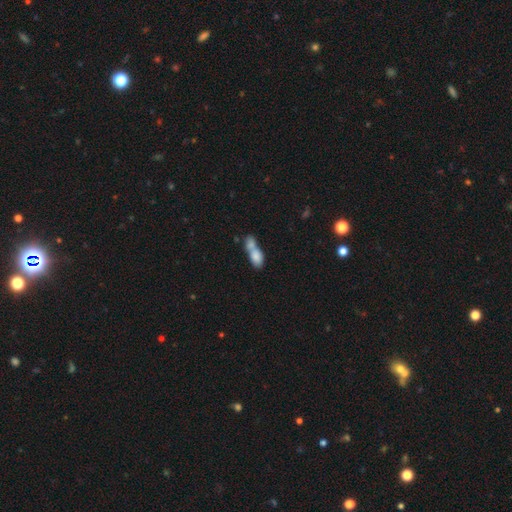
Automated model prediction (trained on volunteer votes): Morphology: type=smooth (78%); roundness=in between (78%); merging=merger (69%).